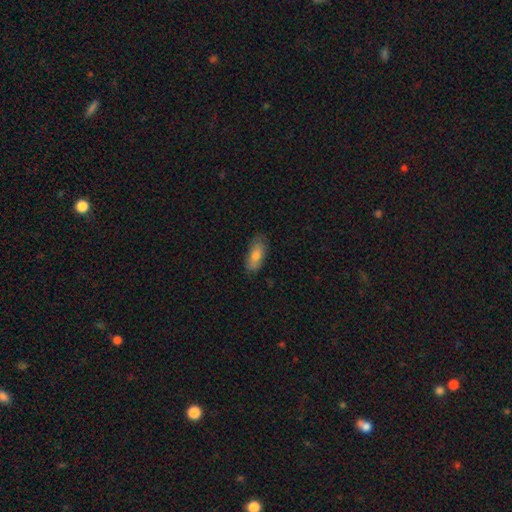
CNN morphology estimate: This is likely a smooth galaxy (77%). How rounded: likely in between (79%). Merging: likely none (78%).